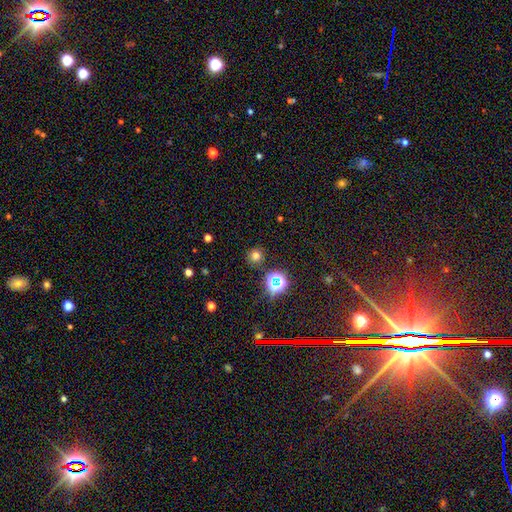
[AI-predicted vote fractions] smooth 69%, star or artifact 25%, featured or disk 7%. Down the decision tree: how rounded — round (93%); merging — none (87%).